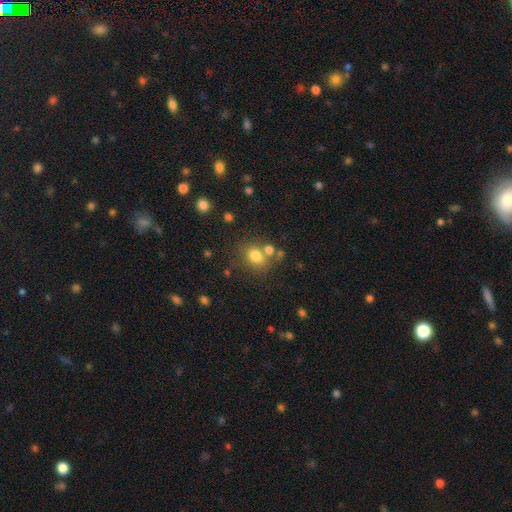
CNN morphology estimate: Smooth or featured? Predicted: smooth (p=0.76). How rounded? Predicted: round (p=0.61). Merging? Predicted: none (p=0.61).